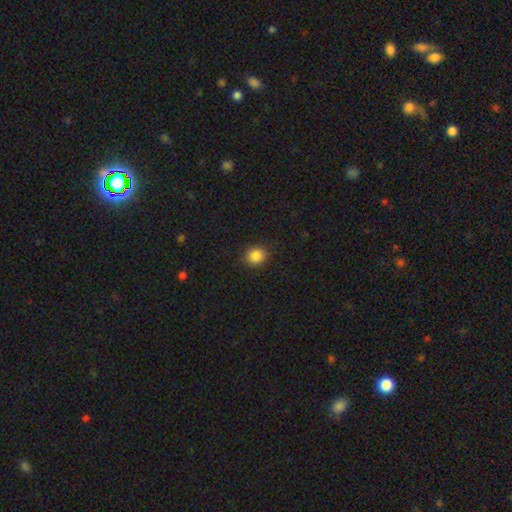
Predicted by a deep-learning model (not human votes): smooth-or-featured: smooth: 86% | star or artifact: 10% | featured or disk: 3%
  how-rounded: round: 87% | in between: 12% | cigar-shaped: 1%
  merging: none: 90% | minor disturbance: 7% | major disturbance: 2% | merger: 1%